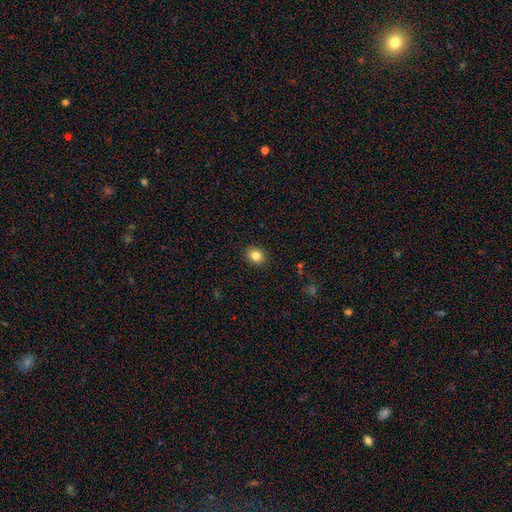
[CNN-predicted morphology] Smooth or featured: smooth — 84% (star or artifact — 10%)
How rounded: round — 59% (in between — 40%)
Merging: none — 91% (minor disturbance — 7%)